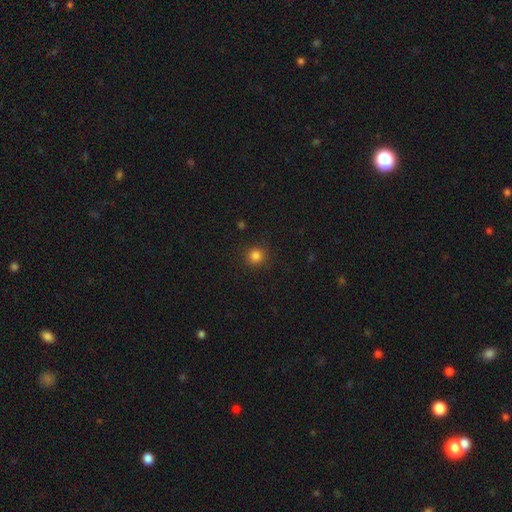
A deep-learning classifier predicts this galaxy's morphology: smooth_or_featured: smooth (p=0.83) [alt: star or artifact p=0.13]
how_rounded: round (p=0.92) [alt: in between p=0.07]
merging: none (p=0.90) [alt: minor disturbance p=0.07]